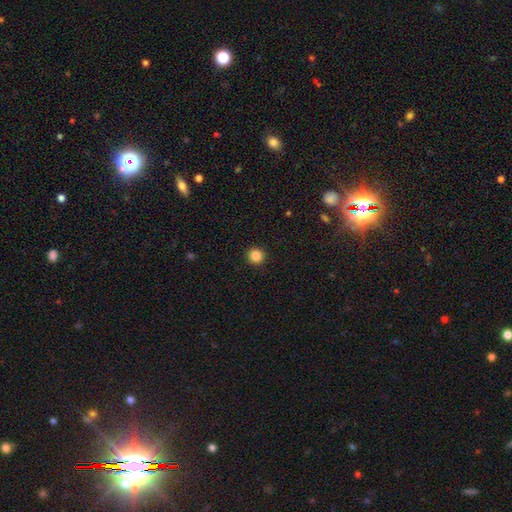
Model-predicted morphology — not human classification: Smooth or featured: smooth — 85% (star or artifact — 11%)
How rounded: round — 94% (in between — 5%)
Merging: none — 93% (minor disturbance — 4%)